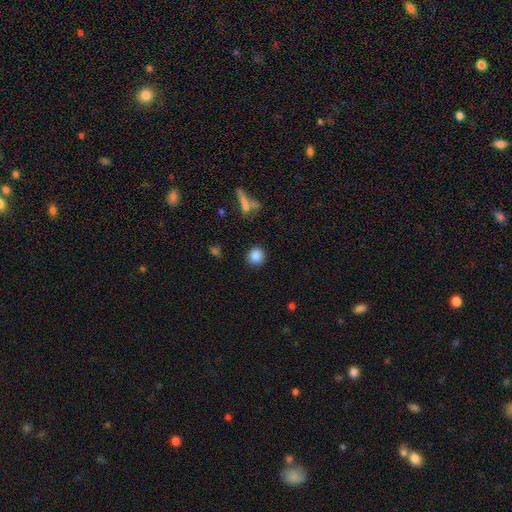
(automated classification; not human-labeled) A smooth galaxy with no disk features (86%) that is round (92%).

Vote fractions:
- Smooth or featured? smooth: 86% / star or artifact: 10% / featured or disk: 4%
- How rounded? round: 92% / in between: 7% / cigar-shaped: 1%
- Merging? none: 89% / minor disturbance: 6% / major disturbance: 3% / merger: 2%